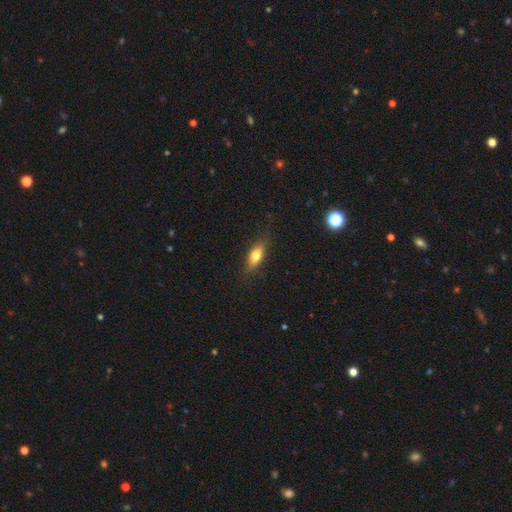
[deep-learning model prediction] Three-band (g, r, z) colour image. It shows a smooth galaxy with no disk features (69%) that is in between round and cigar-shaped (67%). Merging: none (83%).